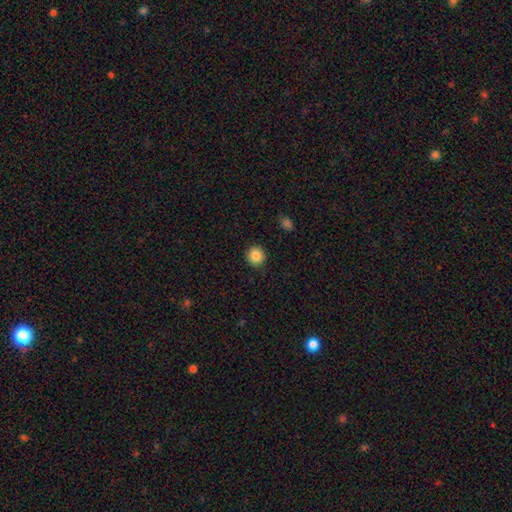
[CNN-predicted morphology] type=smooth (86%); roundness=round (93%); merging=none (92%).